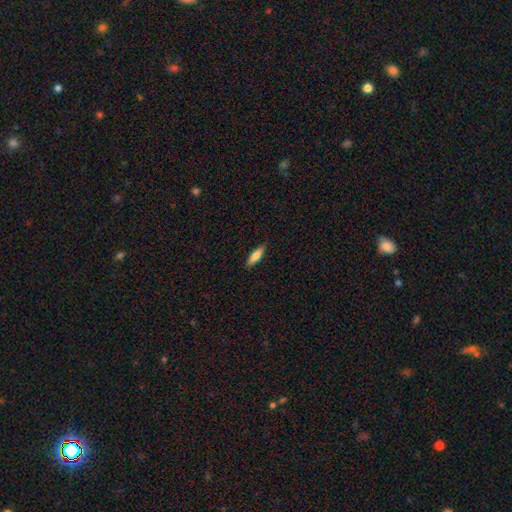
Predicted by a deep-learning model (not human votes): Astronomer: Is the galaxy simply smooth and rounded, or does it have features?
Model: smooth — 77%.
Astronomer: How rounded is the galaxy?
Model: cigar-shaped — 63%.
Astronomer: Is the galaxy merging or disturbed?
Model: none — 89%.